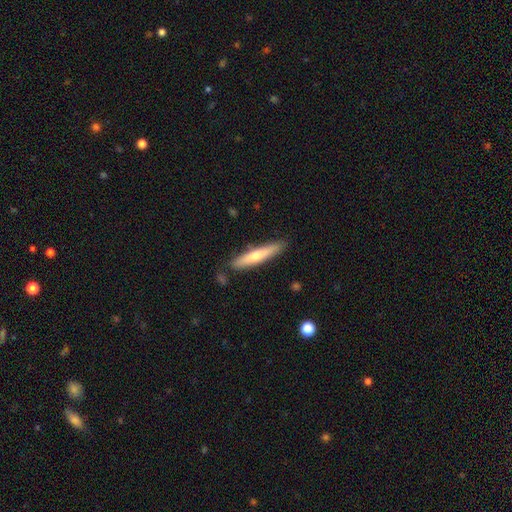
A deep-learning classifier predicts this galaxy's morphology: smooth_or_featured: smooth (p=0.52) [alt: featured or disk p=0.42]
how_rounded: cigar-shaped (p=0.89) [alt: in between p=0.09]
merging: none (p=0.85) [alt: minor disturbance p=0.10]